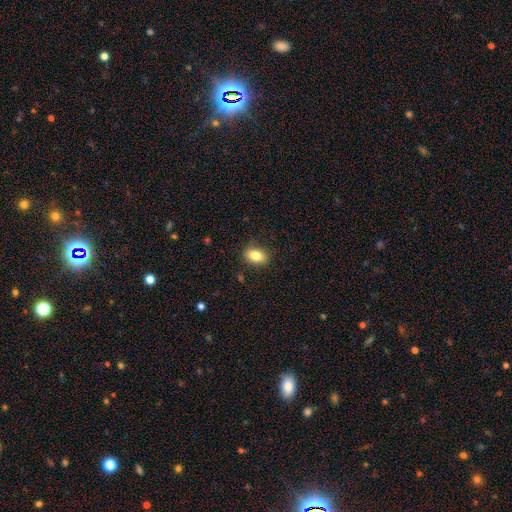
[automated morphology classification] Q: Smooth or featured?
A: smooth (83%); runner-up: star or artifact (9%)
Q: How rounded?
A: in between (83%); runner-up: round (15%)
Q: Merging?
A: none (86%); runner-up: minor disturbance (11%)